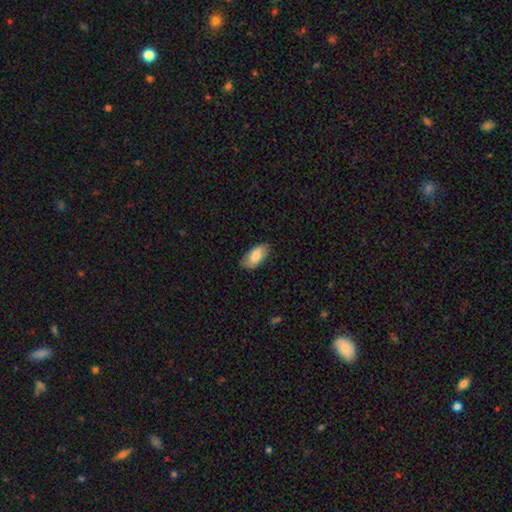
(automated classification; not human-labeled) Q: Smooth or featured?
A: smooth (83%); runner-up: featured or disk (11%)
Q: How rounded?
A: in between (94%); runner-up: cigar-shaped (4%)
Q: Merging?
A: none (80%); runner-up: minor disturbance (16%)